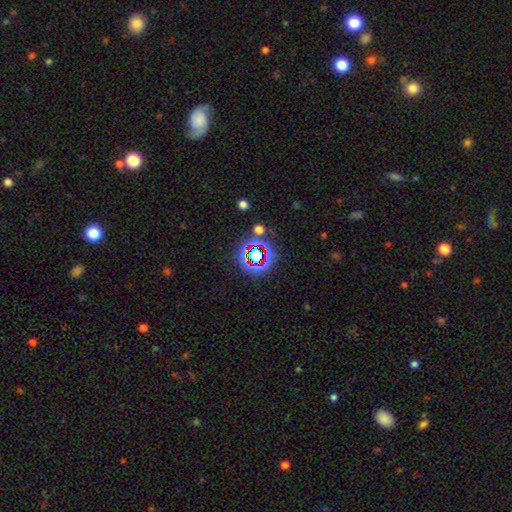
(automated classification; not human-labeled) Smooth or featured: star or artifact — 65% (smooth — 24%)